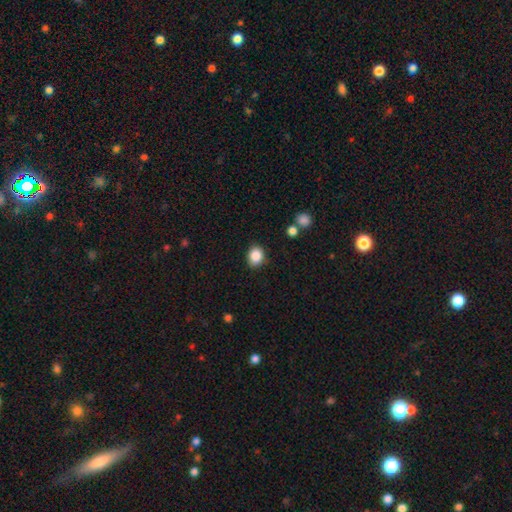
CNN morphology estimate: smooth-or-featured: smooth: 87% | star or artifact: 9% | featured or disk: 4%
  how-rounded: round: 57% | in between: 42% | cigar-shaped: 1%
  merging: none: 85% | minor disturbance: 11% | major disturbance: 2% | merger: 2%